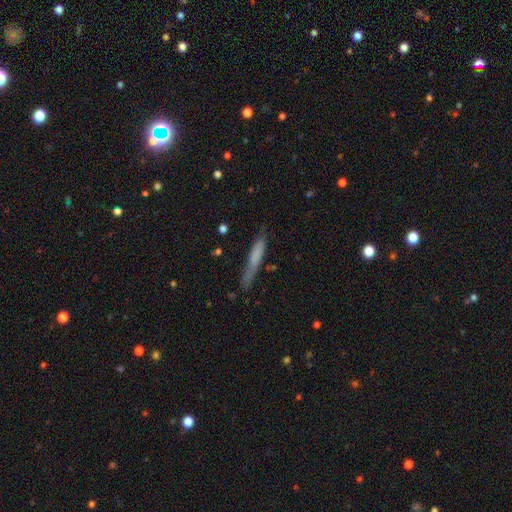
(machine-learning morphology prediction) Q: Smooth or featured?
A: smooth (67%); runner-up: featured or disk (26%)
Q: How rounded?
A: cigar-shaped (93%); runner-up: in between (6%)
Q: Merging?
A: none (64%); runner-up: minor disturbance (24%)